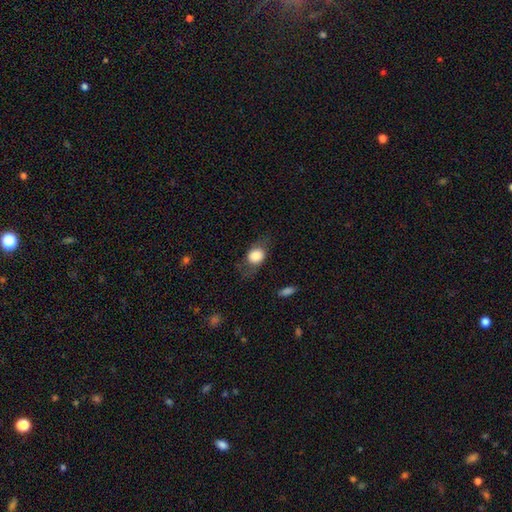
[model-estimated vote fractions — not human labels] smooth-or-featured: smooth: 72% | featured or disk: 20% | star or artifact: 8%
  how-rounded: in between: 51% | round: 47% | cigar-shaped: 2%
  merging: none: 66% | minor disturbance: 20% | major disturbance: 12% | merger: 2%